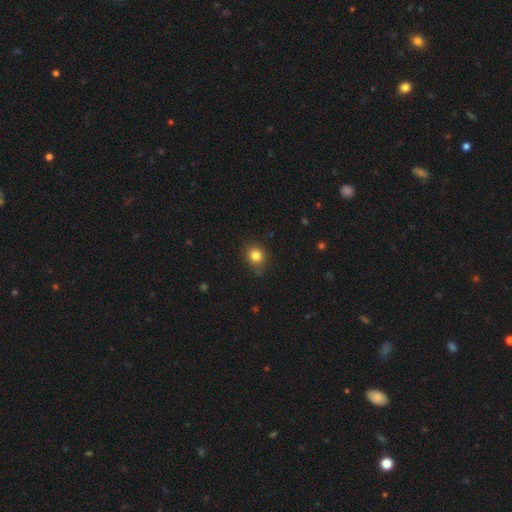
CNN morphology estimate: Q: Smooth or featured?
A: smooth (83%); runner-up: star or artifact (11%)
Q: How rounded?
A: round (78%); runner-up: in between (21%)
Q: Merging?
A: none (81%); runner-up: minor disturbance (14%)